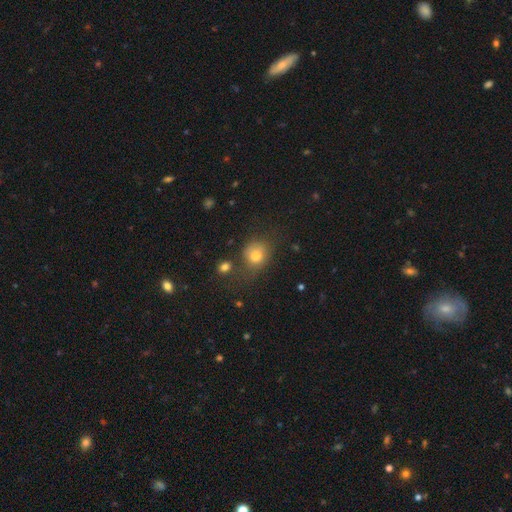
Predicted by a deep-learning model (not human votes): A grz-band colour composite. It shows a smooth galaxy with no disk features (77%) that is round (70%). Merging: none (59%).